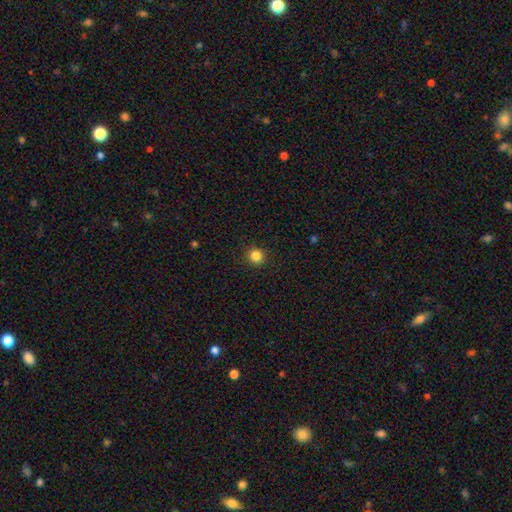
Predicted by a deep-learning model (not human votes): smooth_or_featured: smooth (p=0.85) [alt: star or artifact p=0.12]
how_rounded: round (p=0.94) [alt: in between p=0.06]
merging: none (p=0.91) [alt: minor disturbance p=0.06]